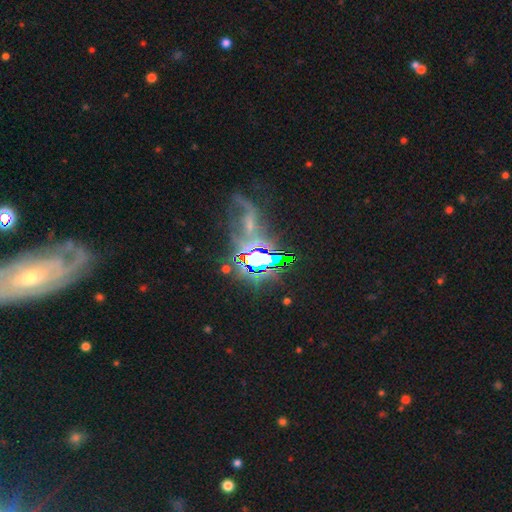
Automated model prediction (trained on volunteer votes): smooth_or_featured: star or artifact (p=0.62) [alt: featured or disk p=0.24]